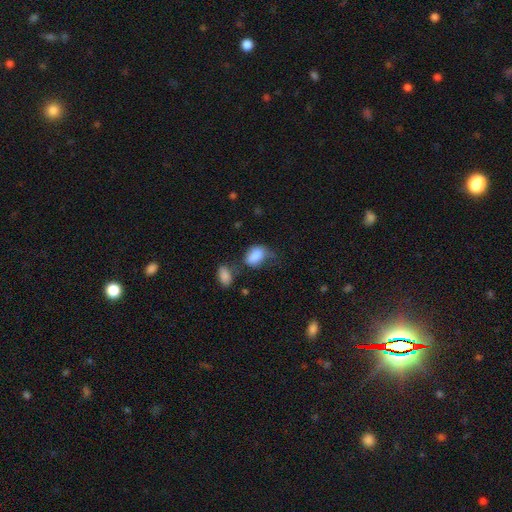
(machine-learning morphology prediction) Q: Smooth or featured?
A: smooth (82%); runner-up: featured or disk (10%)
Q: How rounded?
A: in between (80%); runner-up: round (18%)
Q: Merging?
A: none (33%); runner-up: minor disturbance (31%)